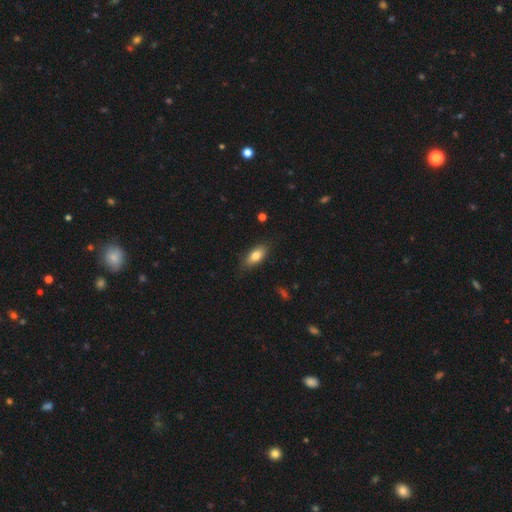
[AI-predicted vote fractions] Morphology: type=smooth (79%); roundness=in between (84%); merging=none (79%).